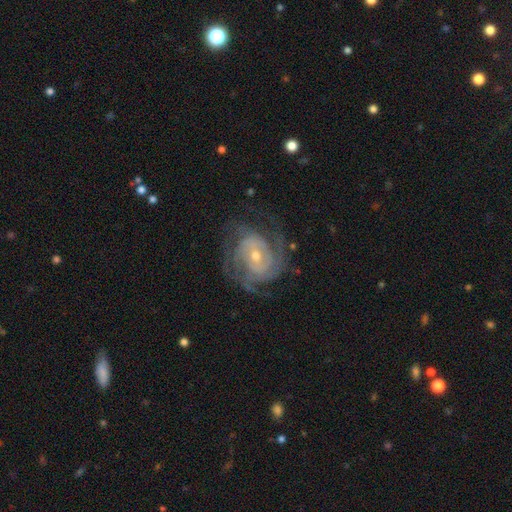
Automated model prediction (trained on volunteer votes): Smooth or featured? featured or disk (88%)
Edge-on disk? no (97%)
Bar? no (54%)
Spiral arms? yes (96%)
Spiral winding? tight (64%)
Spiral arm count? can't tell (27%)
Bulge size? small (56%)
Merging? none (71%)